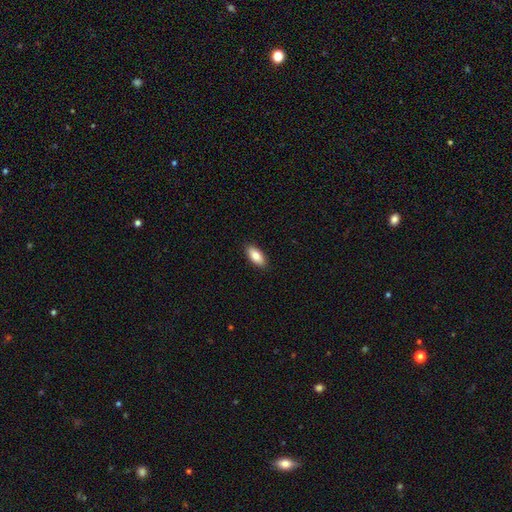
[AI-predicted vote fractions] Overall: smooth (83%). How rounded: in between (89%). Merging: none (89%).